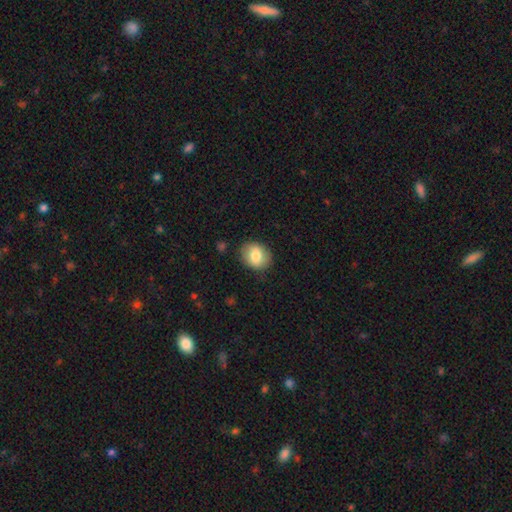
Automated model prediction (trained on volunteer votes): The model was most divided on "how rounded": round: 51%, in between: 48%, cigar-shaped: 1%. More confident: merging — none (85%); smooth or featured — smooth (81%).